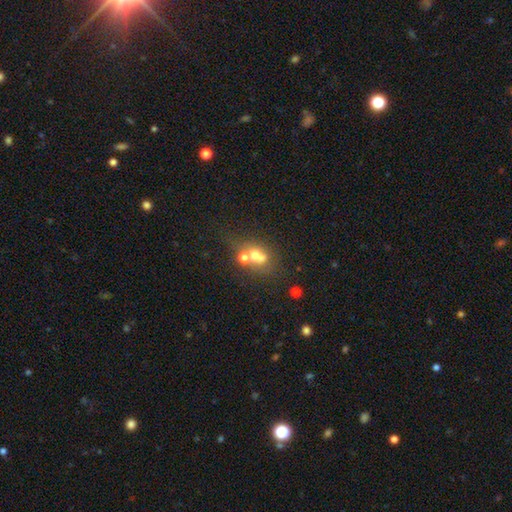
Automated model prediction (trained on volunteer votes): Smooth or featured? smooth (54%)
How rounded? round (49%)
Merging? merger (52%)